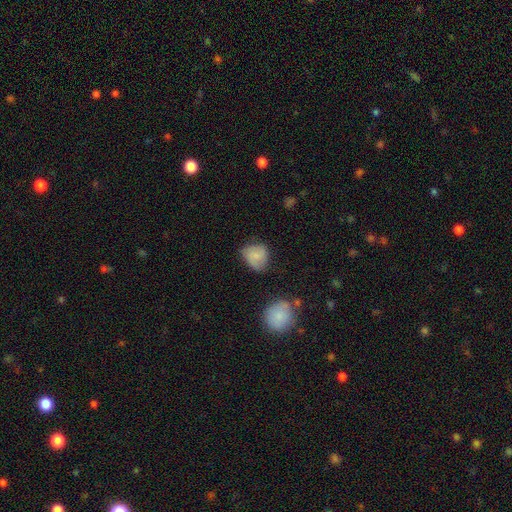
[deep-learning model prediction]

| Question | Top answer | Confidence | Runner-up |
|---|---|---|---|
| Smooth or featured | smooth | 75% | featured or disk (16%) |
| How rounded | round | 58% | in between (41%) |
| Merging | none | 48% | minor disturbance (37%) |